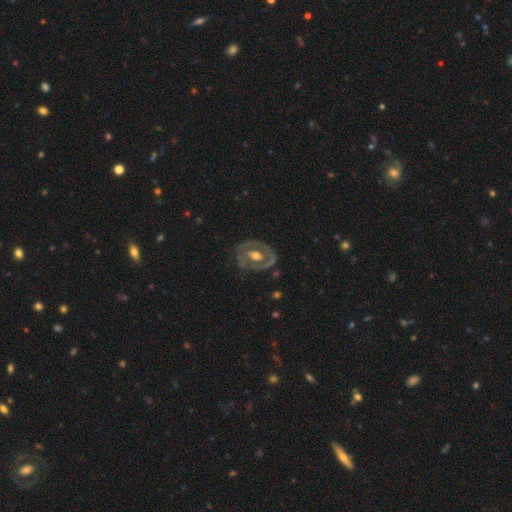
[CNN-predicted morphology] Smooth or featured? Predicted: featured or disk (p=0.75). Edge-on disk? Predicted: no (p=0.95). Bar? Predicted: no (p=0.49). Spiral arms? Predicted: no (p=0.52). Bulge size? Predicted: moderate (p=0.67). Merging? Predicted: none (p=0.70).